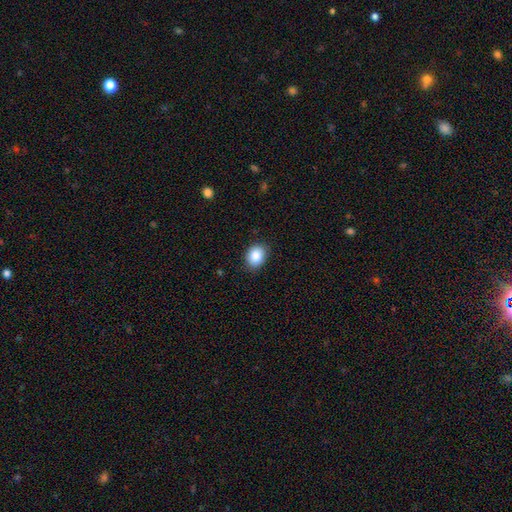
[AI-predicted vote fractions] A smooth galaxy with no disk features (88%) that is in between round and cigar-shaped (57%).

Vote fractions:
- Smooth or featured? smooth: 88% / star or artifact: 8% / featured or disk: 4%
- How rounded? in between: 57% / round: 42% / cigar-shaped: 1%
- Merging? none: 85% / minor disturbance: 12% / major disturbance: 2% / merger: 1%